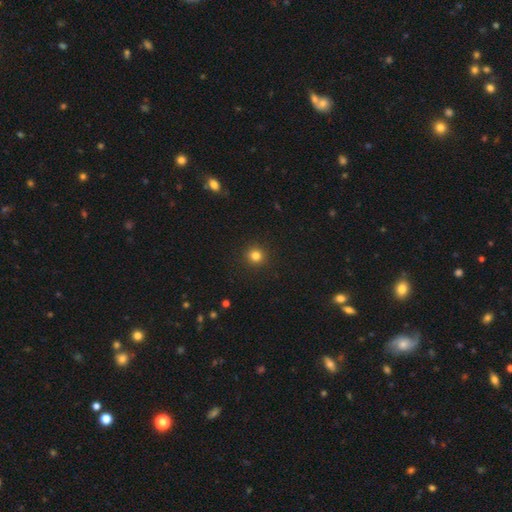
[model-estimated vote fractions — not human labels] smooth 82%, star or artifact 13%, featured or disk 5%. Down the decision tree: how rounded — round (91%); merging — none (92%).